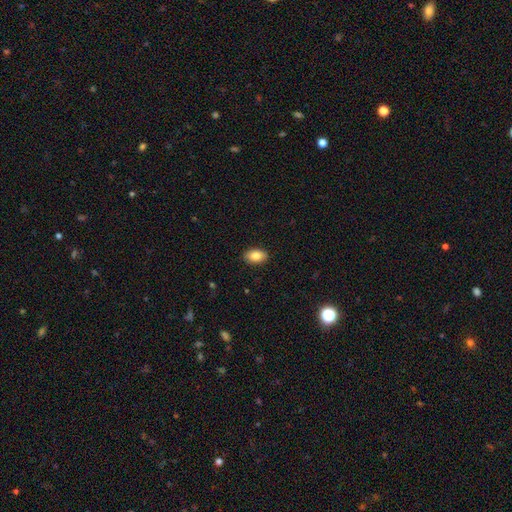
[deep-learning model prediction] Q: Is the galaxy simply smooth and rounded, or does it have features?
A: smooth — 85%.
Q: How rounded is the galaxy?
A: in between — 91%.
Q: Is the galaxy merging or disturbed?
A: none — 89%.